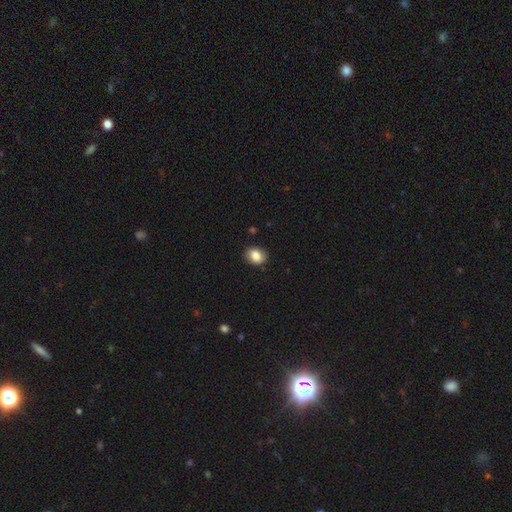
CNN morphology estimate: smooth_or_featured: smooth (p=0.85) [alt: star or artifact p=0.08]
how_rounded: round (p=0.52) [alt: in between p=0.47]
merging: none (p=0.83) [alt: minor disturbance p=0.13]